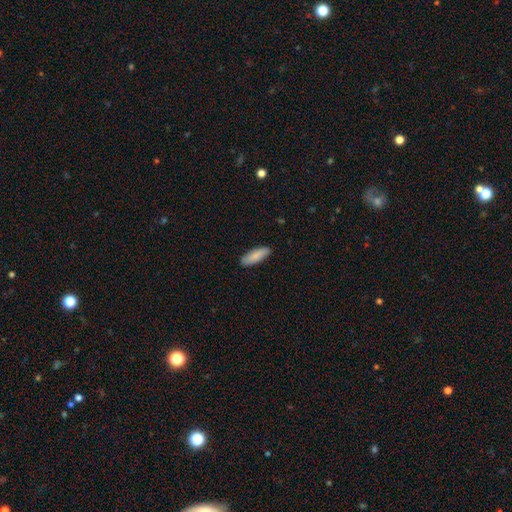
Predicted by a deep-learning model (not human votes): smooth 85%, featured or disk 10%, star or artifact 6%. Down the decision tree: how rounded — in between (60%); merging — none (88%).